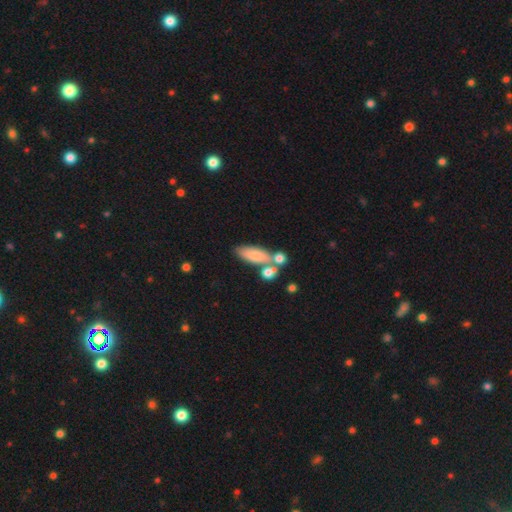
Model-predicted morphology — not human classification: Overall: smooth (77%). How rounded: in between (68%). Merging: none (51%; merger 30%).